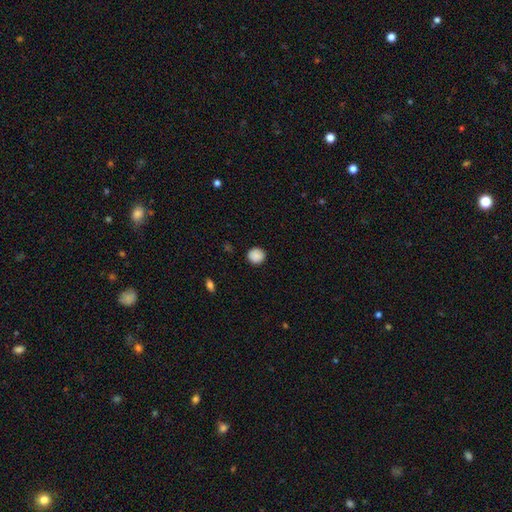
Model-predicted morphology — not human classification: Q: Smooth or featured?
A: smooth (88%); runner-up: star or artifact (8%)
Q: How rounded?
A: round (92%); runner-up: in between (7%)
Q: Merging?
A: none (89%); runner-up: minor disturbance (7%)